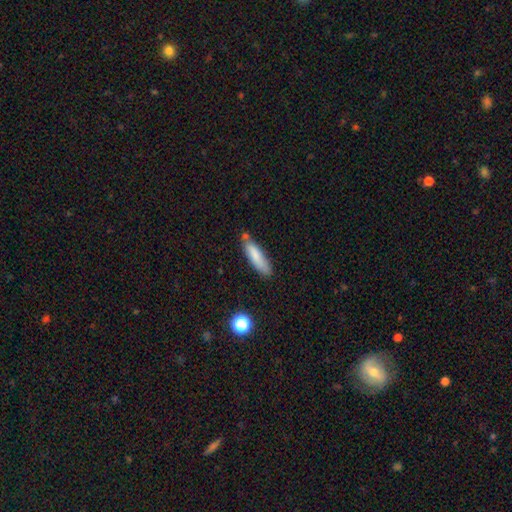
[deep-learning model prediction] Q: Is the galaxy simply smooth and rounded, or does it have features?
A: smooth — 79%.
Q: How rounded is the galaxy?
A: cigar-shaped — 68%.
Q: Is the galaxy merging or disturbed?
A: none — 67%.